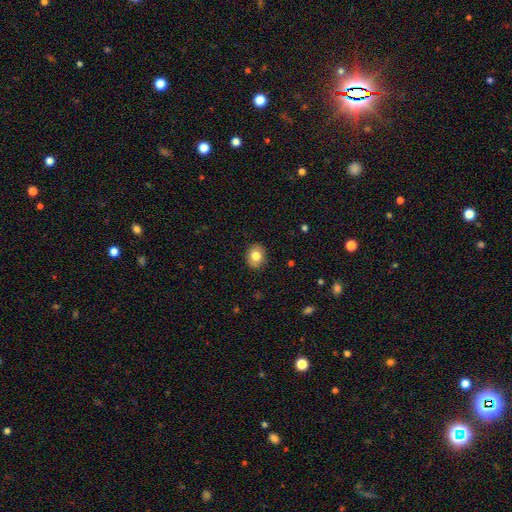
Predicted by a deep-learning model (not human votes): Smooth or featured? smooth (80%)
How rounded? round (60%)
Merging? none (89%)